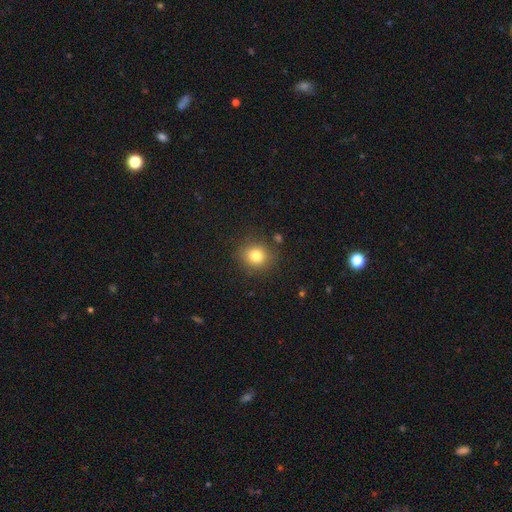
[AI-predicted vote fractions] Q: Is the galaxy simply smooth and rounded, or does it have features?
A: smooth — 80%.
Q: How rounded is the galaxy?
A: round — 82%.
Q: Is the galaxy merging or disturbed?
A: none — 85%.